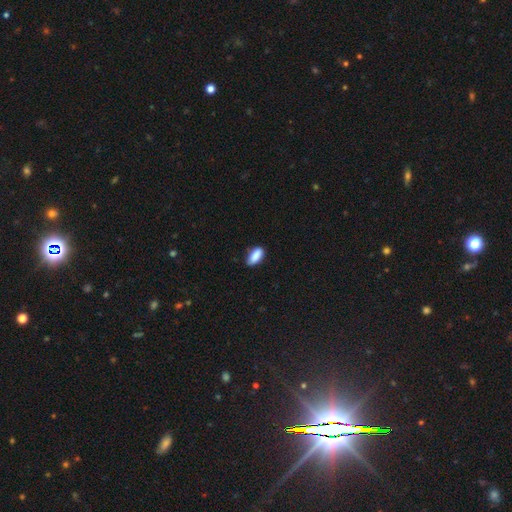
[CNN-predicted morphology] This appears to be a smooth galaxy with no disk features (88%) that is in between round and cigar-shaped (88%). Merging: none (78%).